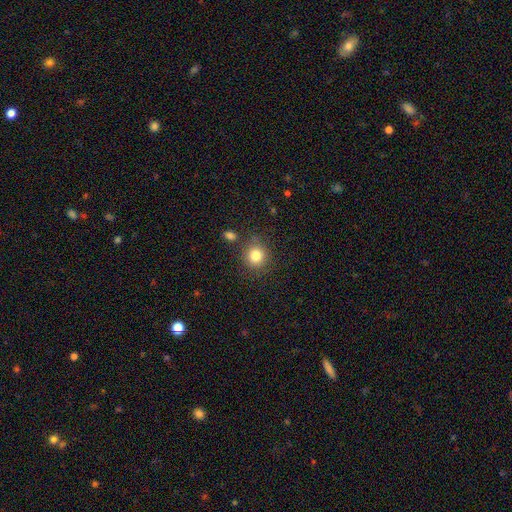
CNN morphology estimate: This is clearly a smooth galaxy (82%). How rounded: clearly round (88%). Merging: likely none (80%).